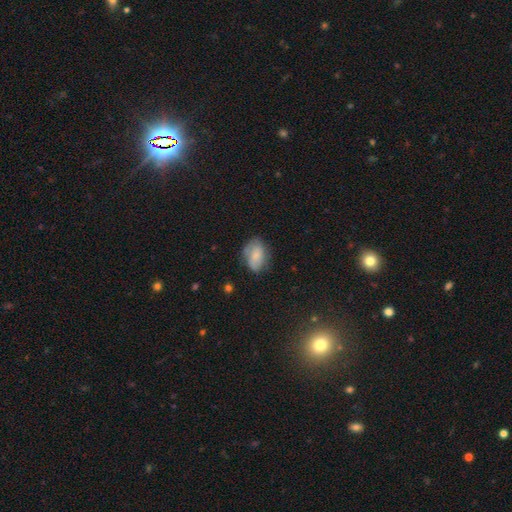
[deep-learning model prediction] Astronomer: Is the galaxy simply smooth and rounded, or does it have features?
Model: smooth — 70%.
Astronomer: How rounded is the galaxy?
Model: in between — 85%.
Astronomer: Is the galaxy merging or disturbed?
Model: none — 60%.